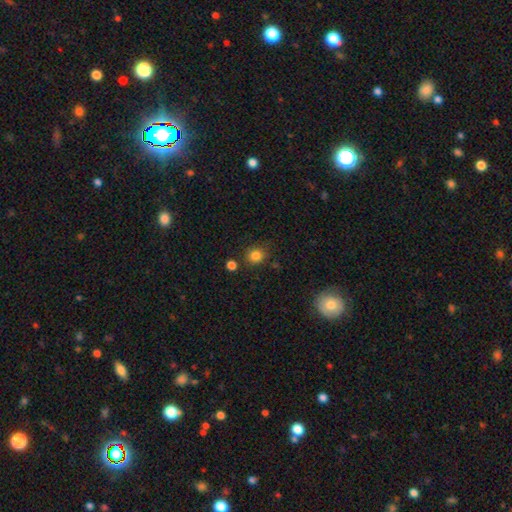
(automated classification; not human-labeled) smooth_or_featured: smooth (p=0.83) [alt: star or artifact p=0.12]
how_rounded: round (p=0.85) [alt: in between p=0.14]
merging: none (p=0.81) [alt: minor disturbance p=0.11]